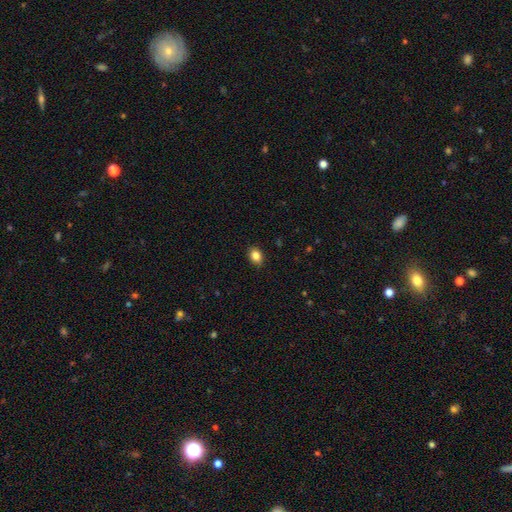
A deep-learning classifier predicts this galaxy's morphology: The model was most divided on "how rounded": in between: 64%, round: 35%, cigar-shaped: 1%. More confident: merging — none (89%); smooth or featured — smooth (85%).